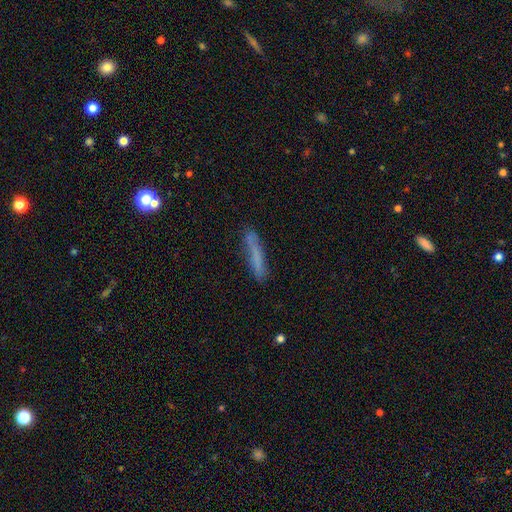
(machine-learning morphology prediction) smooth_or_featured: smooth (p=0.67) [alt: featured or disk p=0.23]
how_rounded: cigar-shaped (p=0.92) [alt: in between p=0.07]
merging: none (p=0.74) [alt: minor disturbance p=0.18]